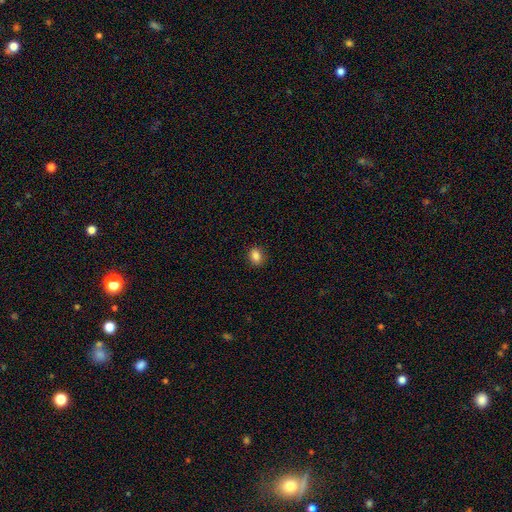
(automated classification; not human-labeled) This is clearly a smooth galaxy (85%). How rounded: possibly in between (52%). Merging: clearly none (88%).